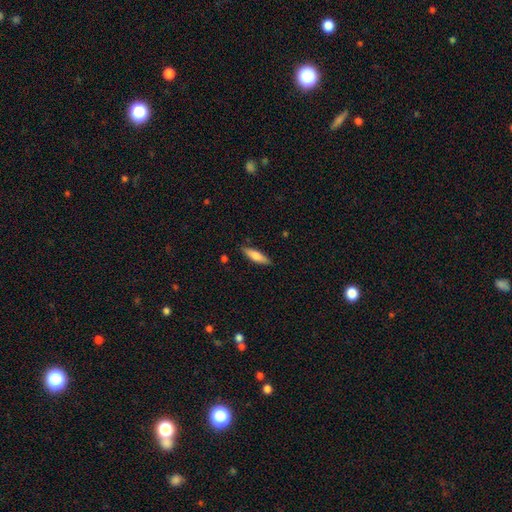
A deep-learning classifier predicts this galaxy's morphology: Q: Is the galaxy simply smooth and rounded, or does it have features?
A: smooth — 73%.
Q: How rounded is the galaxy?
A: cigar-shaped — 63%.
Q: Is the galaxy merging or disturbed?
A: none — 86%.